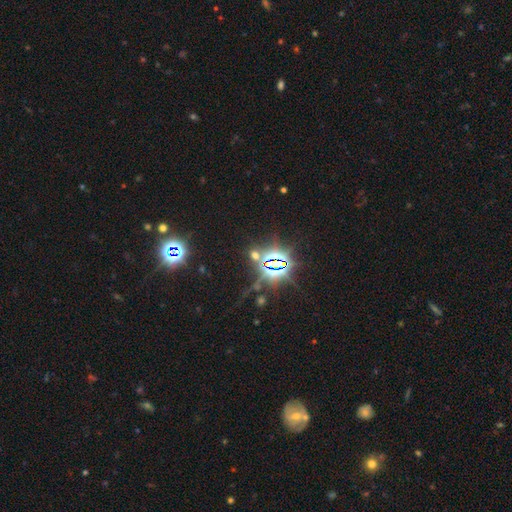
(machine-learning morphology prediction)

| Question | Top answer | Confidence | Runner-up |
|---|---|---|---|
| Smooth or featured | star or artifact | 74% | smooth (18%) |